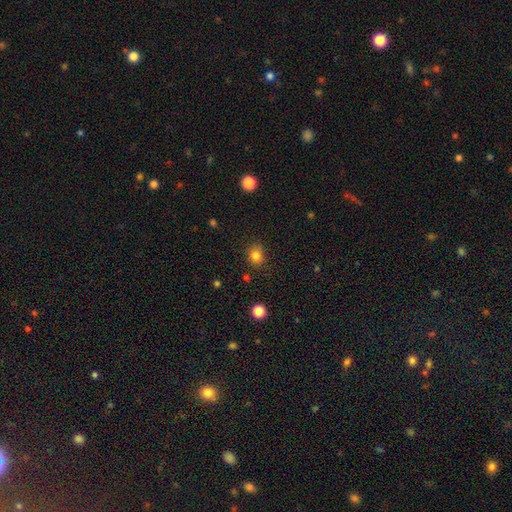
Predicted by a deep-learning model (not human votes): Overall: smooth (82%). How rounded: round (69%; in between 30%). Merging: none (79%).